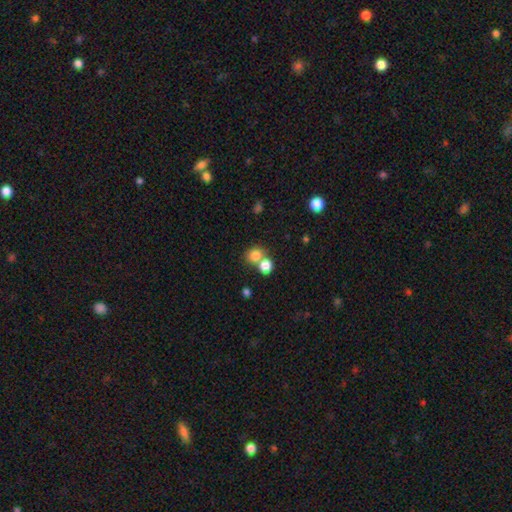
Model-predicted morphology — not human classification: The model was most divided on "merging" (2-way tie): none: 45%, merger: 45%, minor disturbance: 7%, major disturbance: 3%. More confident: smooth or featured — smooth (80%); how rounded — round (71%).